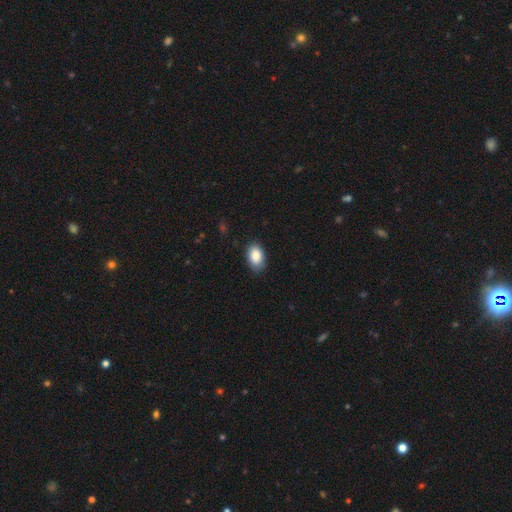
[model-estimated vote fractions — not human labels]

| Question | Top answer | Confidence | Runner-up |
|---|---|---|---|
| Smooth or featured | smooth | 87% | star or artifact (7%) |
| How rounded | in between | 90% | round (9%) |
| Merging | none | 84% | minor disturbance (13%) |